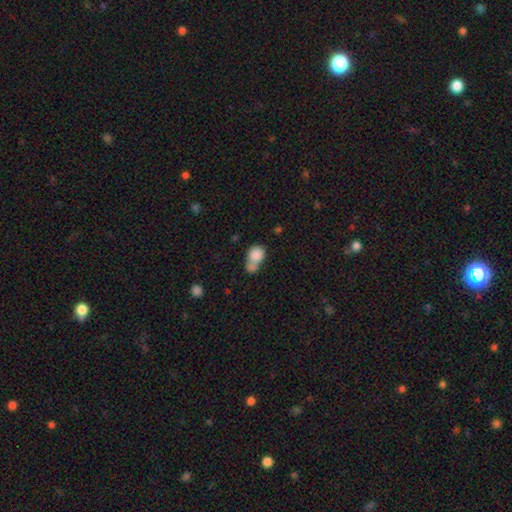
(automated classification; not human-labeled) smooth-or-featured: smooth: 83% | featured or disk: 9% | star or artifact: 9%
  how-rounded: round: 56% | in between: 43% | cigar-shaped: 1%
  merging: merger: 59% | none: 24% | minor disturbance: 11% | major disturbance: 6%